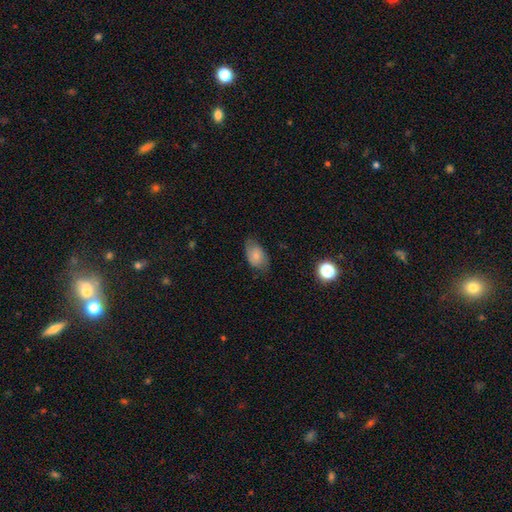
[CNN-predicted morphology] smooth 68%, featured or disk 23%, star or artifact 9%. Down the decision tree: how rounded — in between (90%); merging — none (68%).